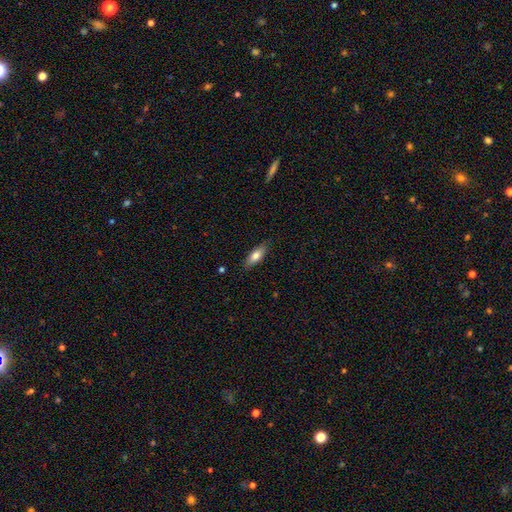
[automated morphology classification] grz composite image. It shows a smooth galaxy with no disk features (75%) that is in between round and cigar-shaped (67%). Merging: none (84%).